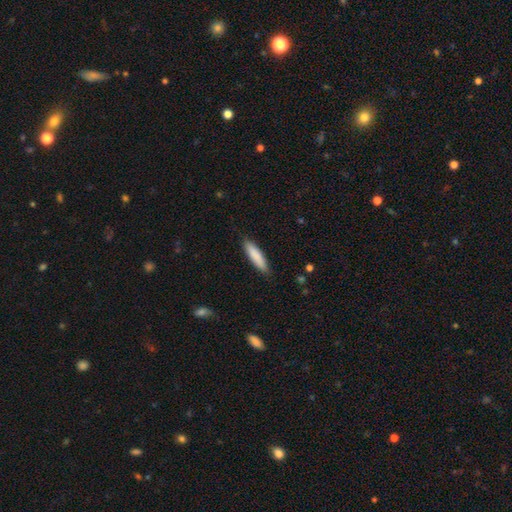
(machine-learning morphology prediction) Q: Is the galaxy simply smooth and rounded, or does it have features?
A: smooth — 85%.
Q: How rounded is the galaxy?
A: cigar-shaped — 77%.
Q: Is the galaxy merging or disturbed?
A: none — 86%.